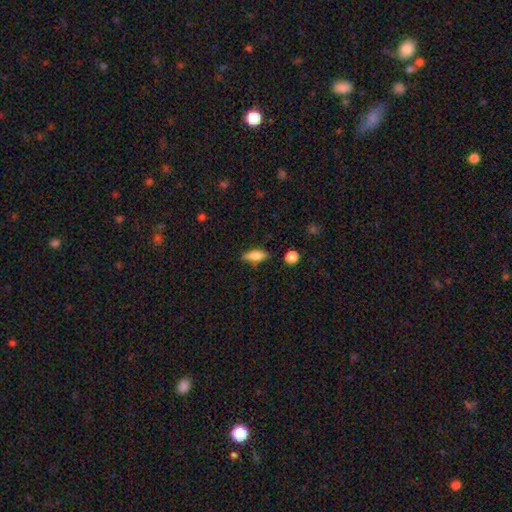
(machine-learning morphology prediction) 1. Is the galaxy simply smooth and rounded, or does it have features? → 71% smooth, 21% featured or disk, 8% star or artifact.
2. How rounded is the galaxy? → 67% in between, 29% cigar-shaped, 4% round.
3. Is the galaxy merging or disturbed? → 78% none, 15% minor disturbance, 3% major disturbance, 3% merger.